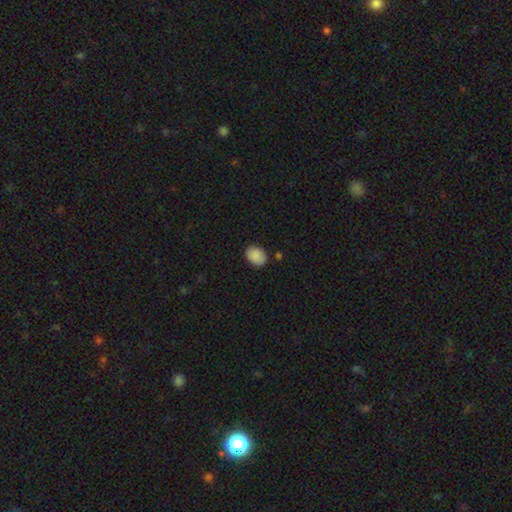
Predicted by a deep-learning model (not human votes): This appears to be a smooth galaxy with no disk features (89%) that is in between round and cigar-shaped (66%). Merging: none (82%).